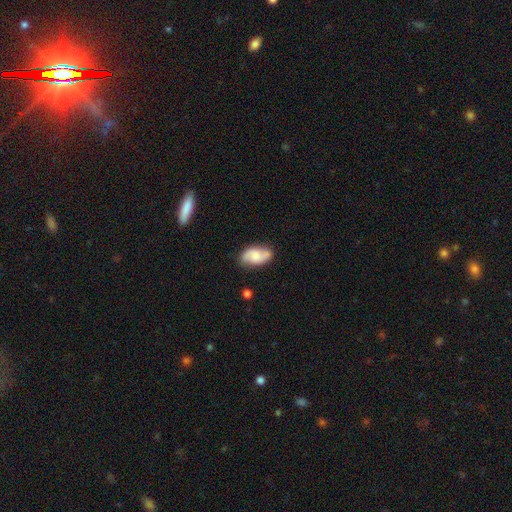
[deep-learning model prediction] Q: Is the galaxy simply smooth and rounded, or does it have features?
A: featured or disk — 56%.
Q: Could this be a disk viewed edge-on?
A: no — 96%.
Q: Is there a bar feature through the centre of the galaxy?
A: no — 58%.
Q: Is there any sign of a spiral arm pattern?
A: yes — 92%.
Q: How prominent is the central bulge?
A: moderate — 35%.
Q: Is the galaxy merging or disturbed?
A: none — 77%.